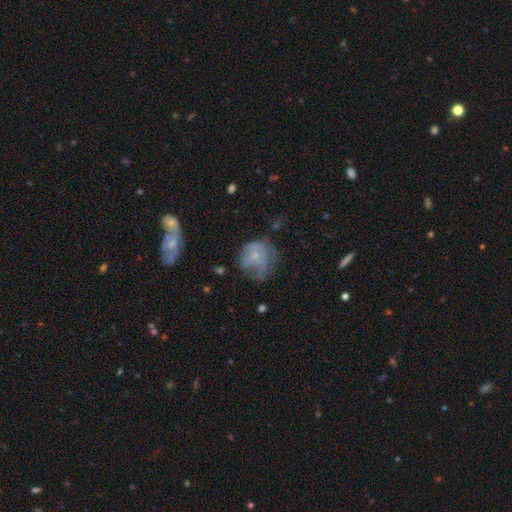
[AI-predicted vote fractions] Smooth or featured: featured or disk — 49% (smooth — 41%)
Merging: none — 39% (major disturbance — 32%)